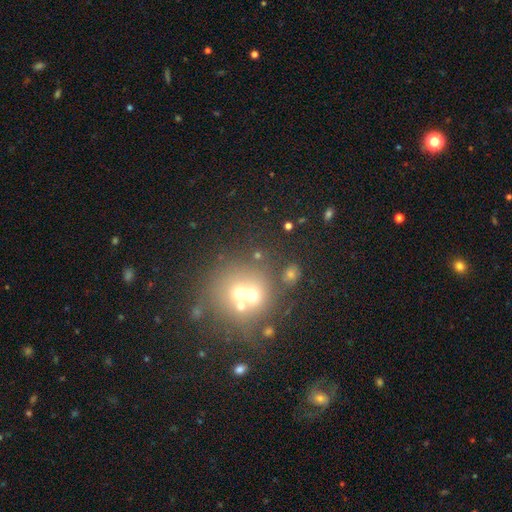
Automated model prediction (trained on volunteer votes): smooth-or-featured: smooth: 49% | star or artifact: 28% | featured or disk: 24%
  merging: none: 46% | merger: 41% | minor disturbance: 8% | major disturbance: 5%